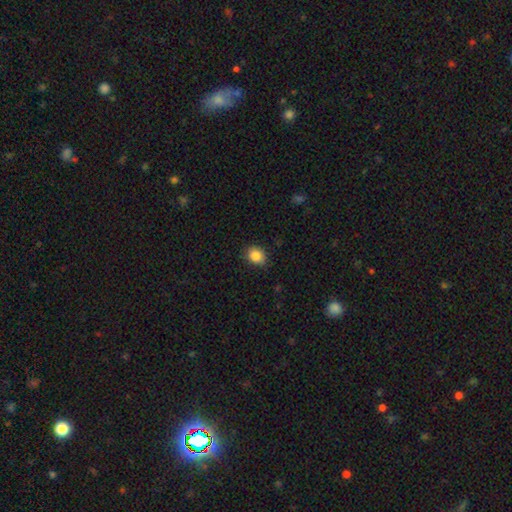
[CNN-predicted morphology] The model was most divided on "how rounded": round: 51%, in between: 48%, cigar-shaped: 1%. More confident: smooth or featured — smooth (86%); merging — none (85%).